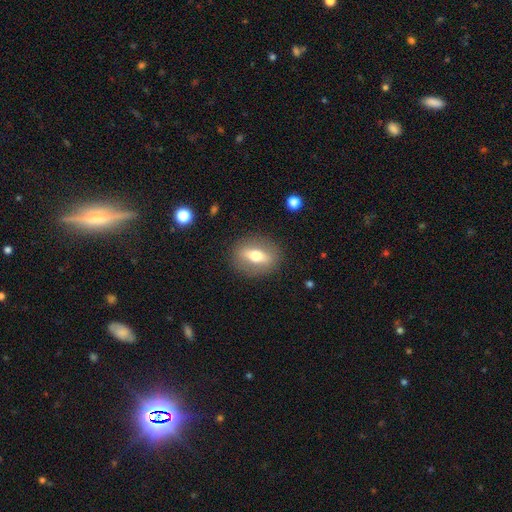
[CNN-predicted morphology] Smooth or featured? Predicted: smooth (p=0.54). How rounded? Predicted: in between (p=0.63). Merging? Predicted: none (p=0.86).